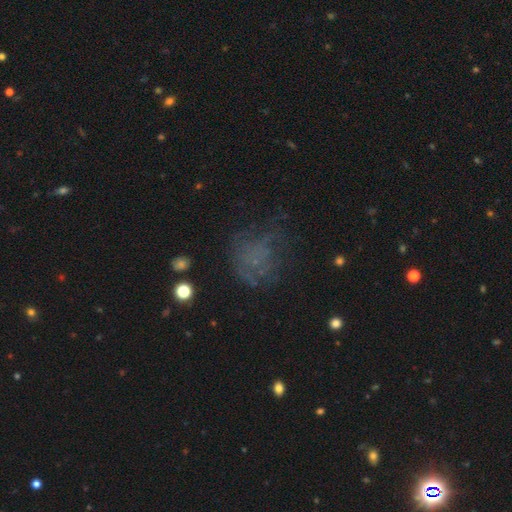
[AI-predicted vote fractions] Smooth or featured: smooth — 42% (featured or disk — 32%)
Merging: none — 49% (major disturbance — 27%)